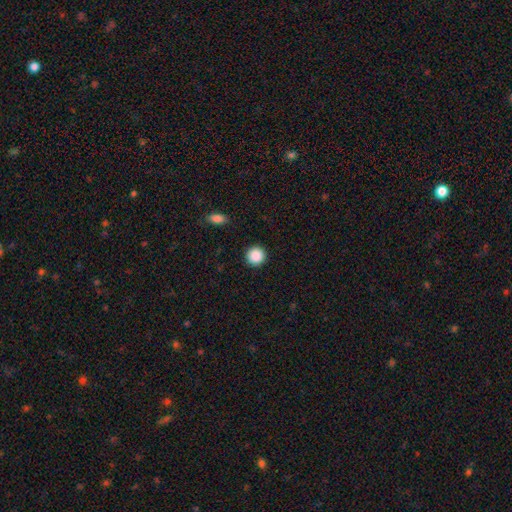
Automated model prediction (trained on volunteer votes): Overall: smooth (89%). How rounded: round (95%). Merging: none (92%).